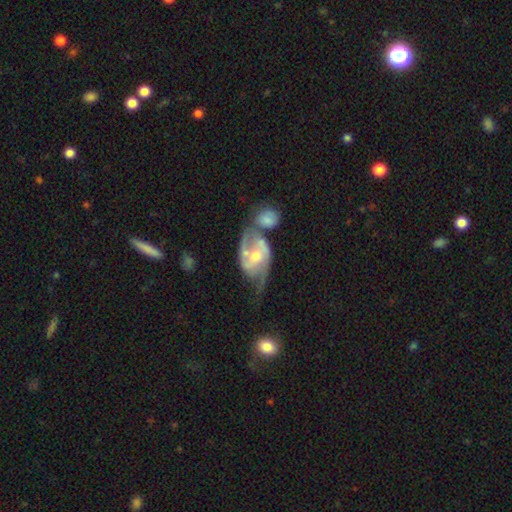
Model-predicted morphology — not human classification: Smooth or featured?
  - featured or disk: 82% *
  - smooth: 12%
  - star or artifact: 6%
Edge-on disk?
  - no: 96% *
  - yes: 4%
Bar?
  - no: 43% *
  - weak: 40%
  - strong: 17%
Spiral arms?
  - yes: 89% *
  - no: 11%
Spiral winding?
  - medium: 45% *
  - loose: 33%
  - tight: 22%
Spiral arm count?
  - 2: 82% *
  - can't tell: 9%
  - 1: 4%
  - 3: 3%
  - 4: 1%
  - more than 4: 1%
Bulge size?
  - moderate: 62% *
  - small: 31%
  - large: 4%
  - none: 2%
  - dominant: 1%
Merging?
  - merger: 32% * (tied)
  - none: 32% * (tied)
  - minor disturbance: 19%
  - major disturbance: 18%